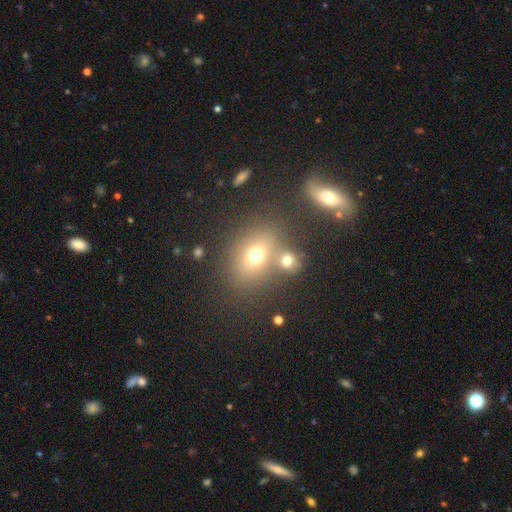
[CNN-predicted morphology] Smooth or featured: smooth — 68% (star or artifact — 17%)
How rounded: round — 50% (in between — 49%)
Merging: none — 60% (merger — 23%)